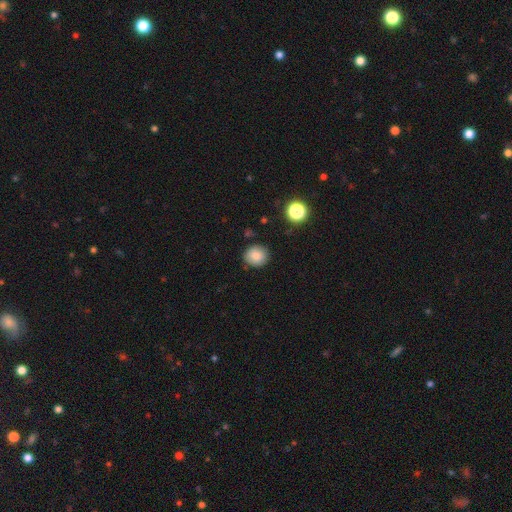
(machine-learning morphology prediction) Smooth or featured?
  - smooth: 84% *
  - star or artifact: 10%
  - featured or disk: 7%
How rounded?
  - round: 82% *
  - in between: 17%
  - cigar-shaped: 1%
Merging?
  - none: 84% *
  - minor disturbance: 11%
  - major disturbance: 2%
  - merger: 2%